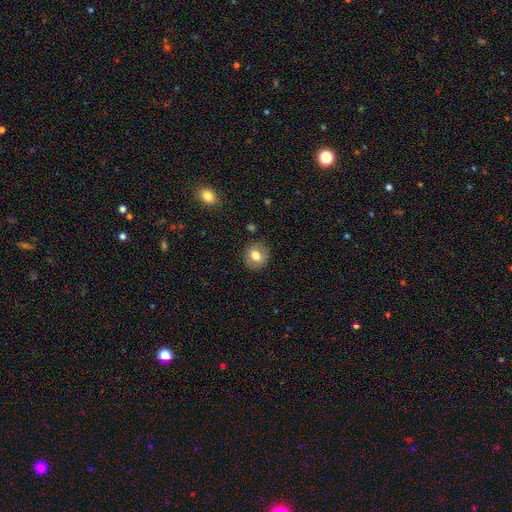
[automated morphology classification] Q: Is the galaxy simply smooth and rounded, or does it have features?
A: smooth — 77%.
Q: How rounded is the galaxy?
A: round — 81%.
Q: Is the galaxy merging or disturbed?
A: none — 87%.